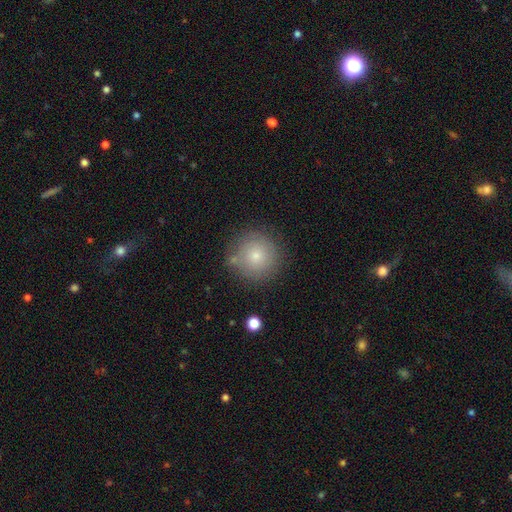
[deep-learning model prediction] A smooth galaxy with no disk features (76%) that is round (95%). Merging: none (83%).